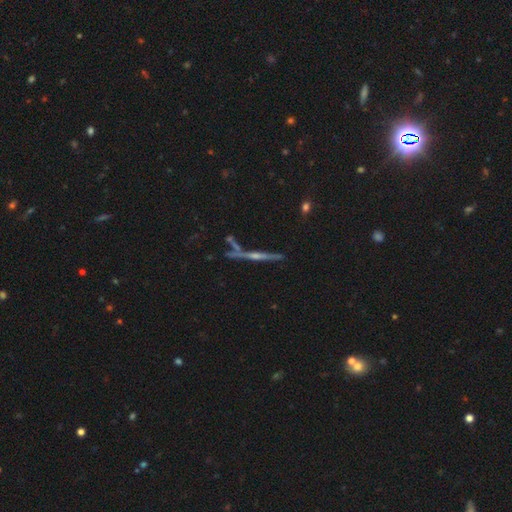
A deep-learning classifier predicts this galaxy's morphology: Smooth or featured?
  - featured or disk: 76% *
  - smooth: 14%
  - star or artifact: 10%
Edge-on disk?
  - yes: 97% *
  - no: 3%
Edge-on bulge?
  - rounded: 74% *
  - none: 18%
  - boxy: 8%
Merging?
  - none: 75% *
  - minor disturbance: 11%
  - merger: 10%
  - major disturbance: 4%